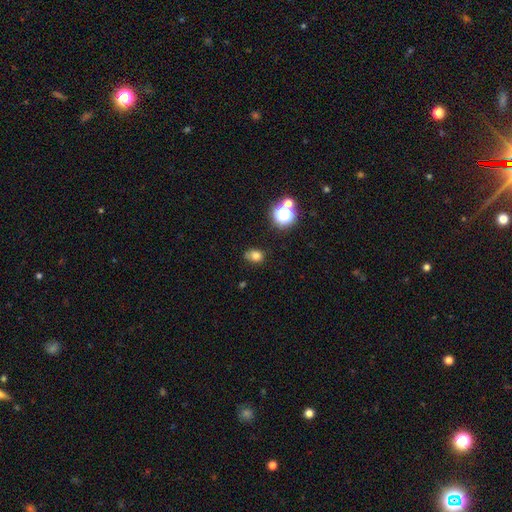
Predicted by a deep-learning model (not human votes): Overall: smooth (75%). How rounded: in between (56%; round 43%). Merging: none (64%; minor disturbance 25%).